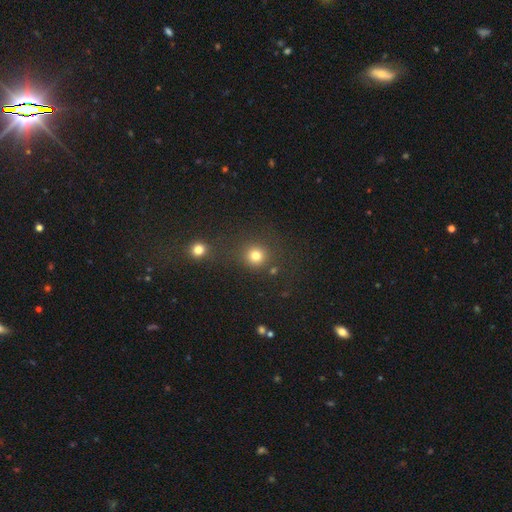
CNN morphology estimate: smooth-or-featured: smooth: 80% | star or artifact: 15% | featured or disk: 5%
  how-rounded: round: 92% | in between: 7% | cigar-shaped: 1%
  merging: none: 76% | merger: 12% | minor disturbance: 8% | major disturbance: 4%